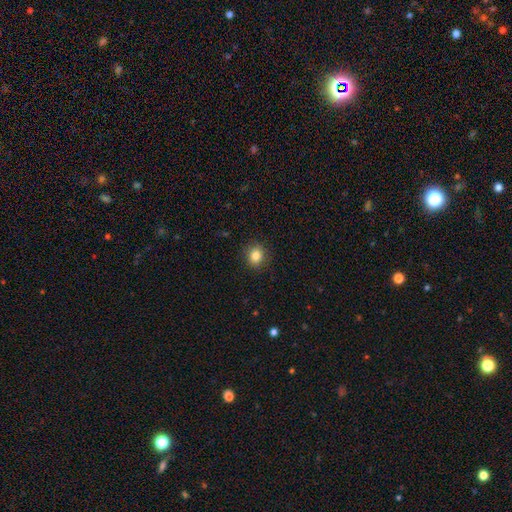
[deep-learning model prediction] smooth-or-featured: smooth: 83% | star or artifact: 11% | featured or disk: 6%
  how-rounded: round: 73% | in between: 26% | cigar-shaped: 1%
  merging: none: 89% | minor disturbance: 8% | major disturbance: 2% | merger: 1%